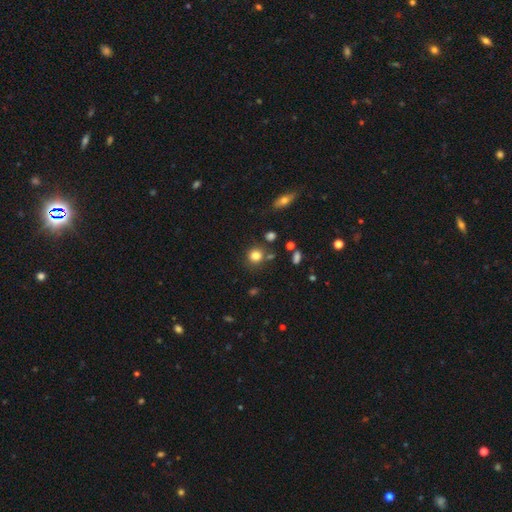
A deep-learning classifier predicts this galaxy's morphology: smooth-or-featured: smooth: 81% | star or artifact: 12% | featured or disk: 7%
  how-rounded: round: 85% | in between: 14% | cigar-shaped: 1%
  merging: none: 77% | minor disturbance: 12% | merger: 8% | major disturbance: 4%